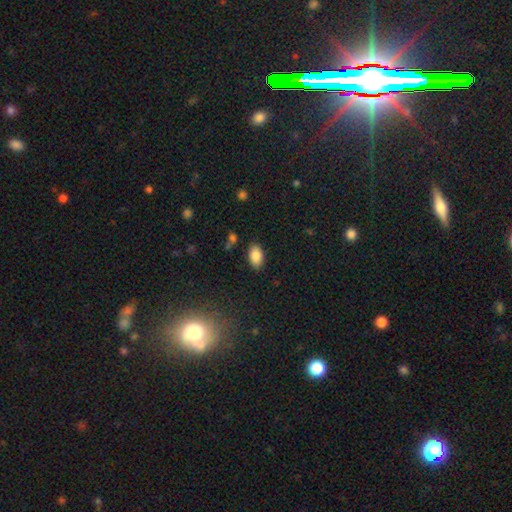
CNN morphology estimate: A smooth galaxy with no disk features (86%) that is in between round and cigar-shaped (92%). Merging: none (85%).